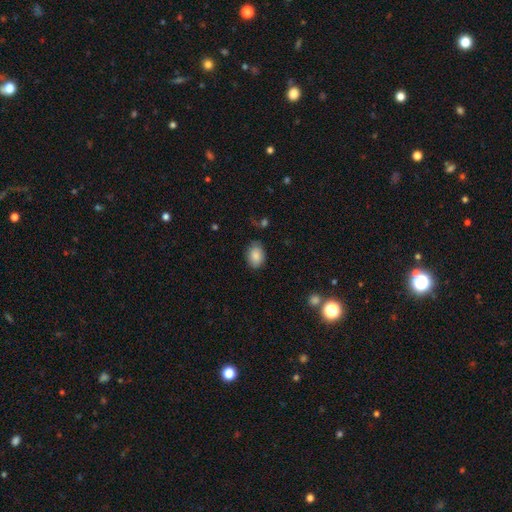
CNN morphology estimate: smooth-or-featured: smooth: 86% | star or artifact: 7% | featured or disk: 7%
  how-rounded: in between: 80% | round: 19% | cigar-shaped: 1%
  merging: none: 82% | minor disturbance: 14% | major disturbance: 3% | merger: 2%